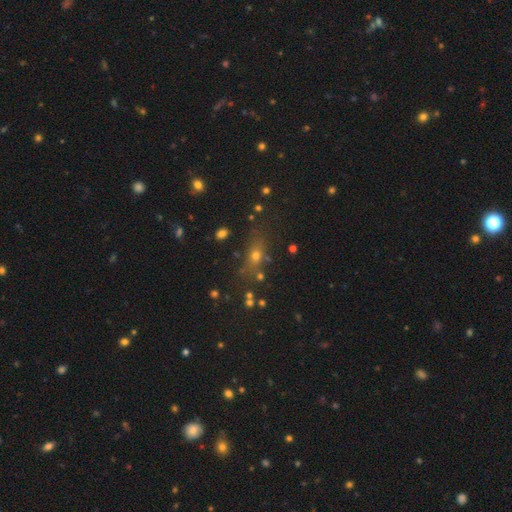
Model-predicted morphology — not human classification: This is possibly a smooth galaxy (56%). How rounded: possibly in between (48%). Merging: likely none (68%).